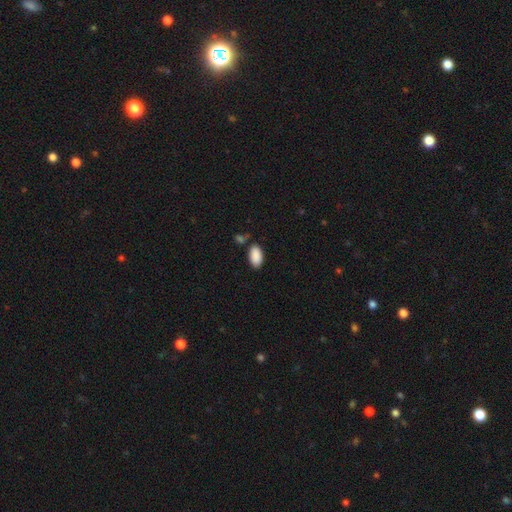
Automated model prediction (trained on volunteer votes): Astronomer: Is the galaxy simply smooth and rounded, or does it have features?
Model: smooth — 90%.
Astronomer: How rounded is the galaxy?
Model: in between — 95%.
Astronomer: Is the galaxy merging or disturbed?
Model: none — 78%.